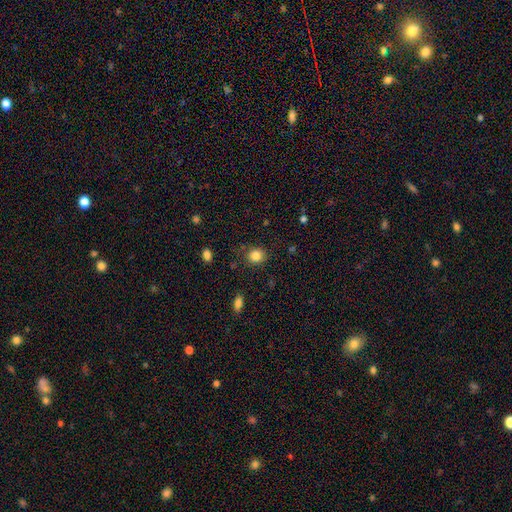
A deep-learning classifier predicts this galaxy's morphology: This is clearly a smooth galaxy (85%). How rounded: likely round (78%). Merging: clearly none (84%).